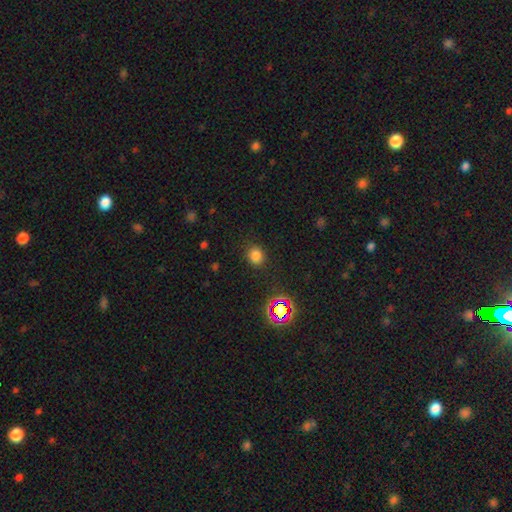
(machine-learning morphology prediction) smooth 77%, star or artifact 18%, featured or disk 5%. Down the decision tree: how rounded — round (74%); merging — none (86%).